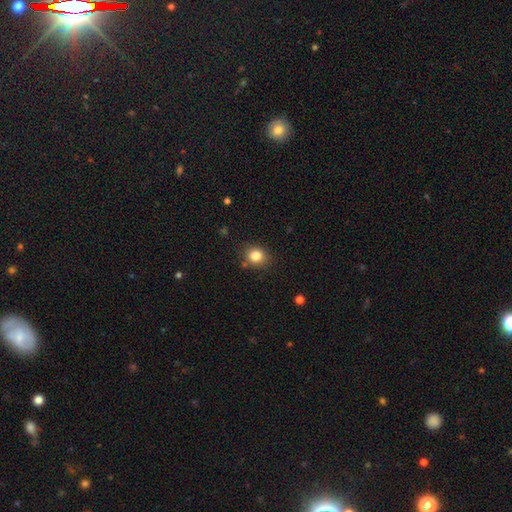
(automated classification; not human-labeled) Smooth or featured?
  - smooth: 82% *
  - star or artifact: 11%
  - featured or disk: 6%
How rounded?
  - round: 72% *
  - in between: 27%
  - cigar-shaped: 1%
Merging?
  - none: 83% *
  - minor disturbance: 11%
  - merger: 3%
  - major disturbance: 3%